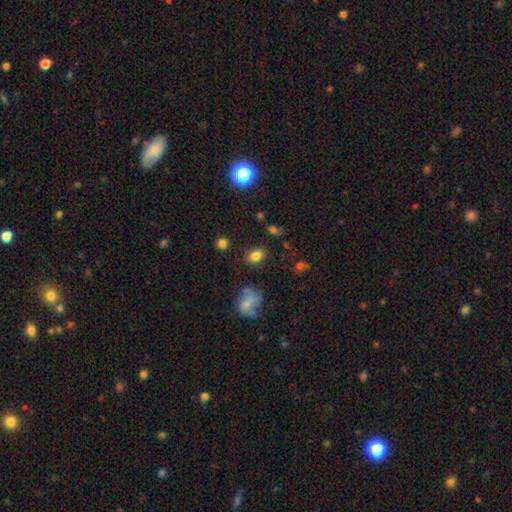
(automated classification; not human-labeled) Morphology: type=smooth (80%); roundness=in between (79%); merging=none (82%).